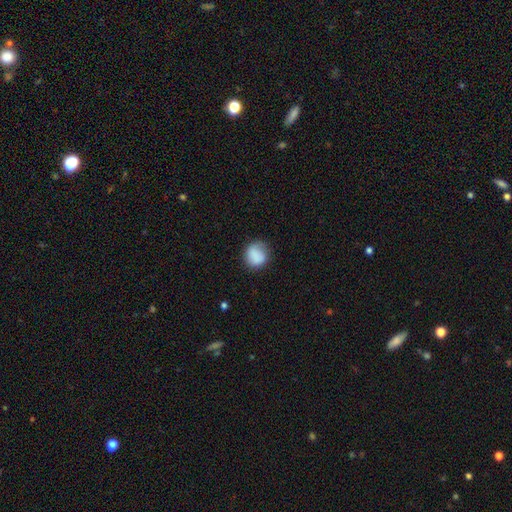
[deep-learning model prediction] The model was most divided on "merging": none: 67%, minor disturbance: 23%, major disturbance: 8%, merger: 2%. More confident: smooth or featured — smooth (83%); how rounded — round (80%).